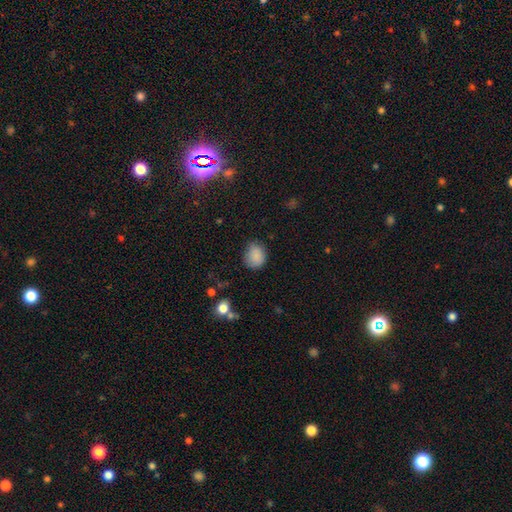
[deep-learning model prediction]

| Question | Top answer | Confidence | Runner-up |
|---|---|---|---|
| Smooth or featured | smooth | 85% | star or artifact (10%) |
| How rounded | round | 61% | in between (38%) |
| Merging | none | 67% | minor disturbance (26%) |